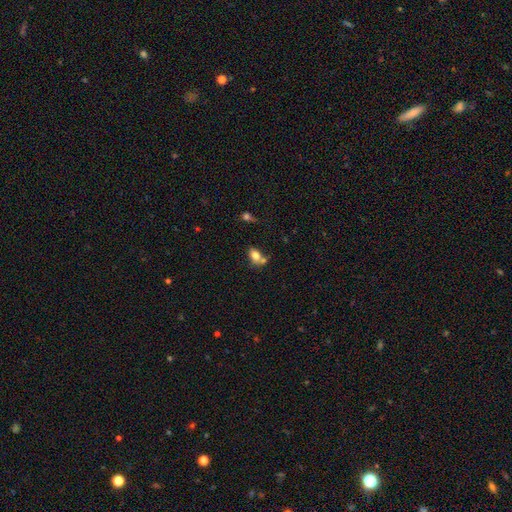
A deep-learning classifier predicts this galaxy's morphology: Smooth or featured? smooth (77%)
How rounded? in between (80%)
Merging? none (42%)